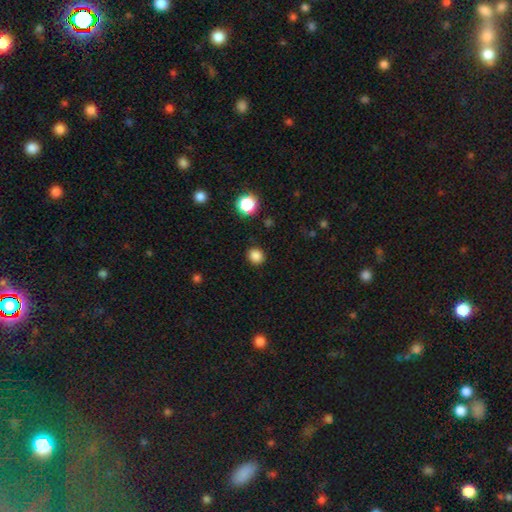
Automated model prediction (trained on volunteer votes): Q: Smooth or featured?
A: smooth (85%); runner-up: star or artifact (12%)
Q: How rounded?
A: round (85%); runner-up: in between (14%)
Q: Merging?
A: none (90%); runner-up: minor disturbance (6%)